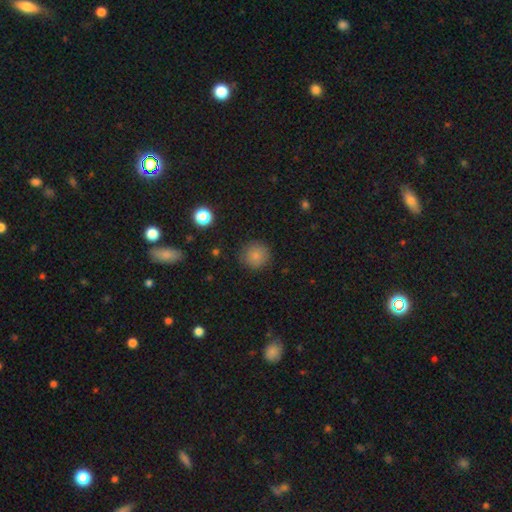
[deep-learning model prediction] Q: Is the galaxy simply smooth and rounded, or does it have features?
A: smooth — 83%.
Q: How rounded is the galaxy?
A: round — 93%.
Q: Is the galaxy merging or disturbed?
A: none — 86%.